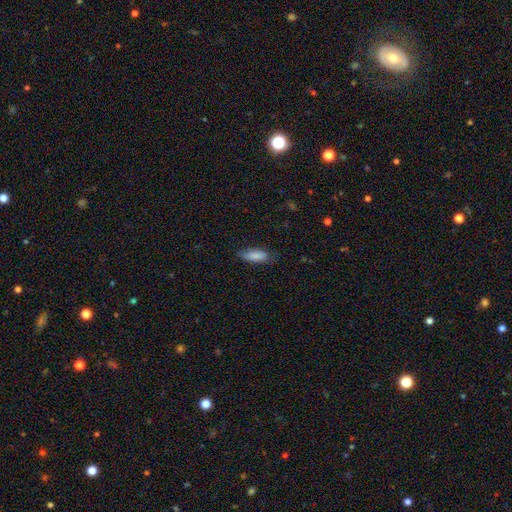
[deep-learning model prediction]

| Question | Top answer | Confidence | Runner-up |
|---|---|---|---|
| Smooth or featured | smooth | 85% | featured or disk (9%) |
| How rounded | in between | 61% | cigar-shaped (37%) |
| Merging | none | 72% | minor disturbance (22%) |